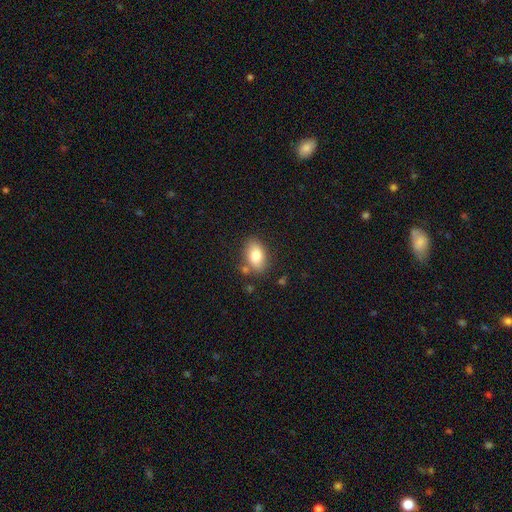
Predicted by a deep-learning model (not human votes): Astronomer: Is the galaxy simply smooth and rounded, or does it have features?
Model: smooth — 81%.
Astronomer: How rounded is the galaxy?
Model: in between — 88%.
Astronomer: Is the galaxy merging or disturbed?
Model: none — 76%.